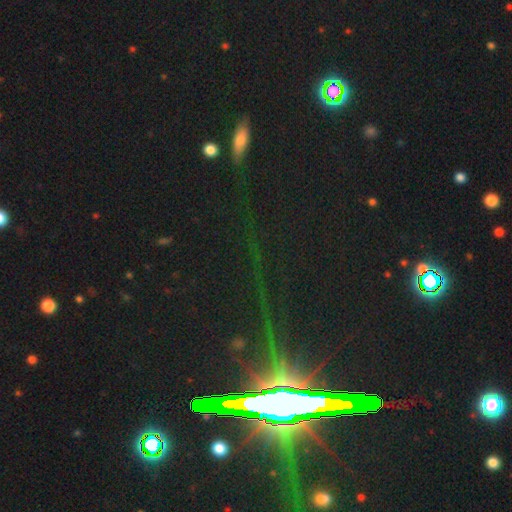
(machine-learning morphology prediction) star or artifact 74%, featured or disk 13%, smooth 13%.